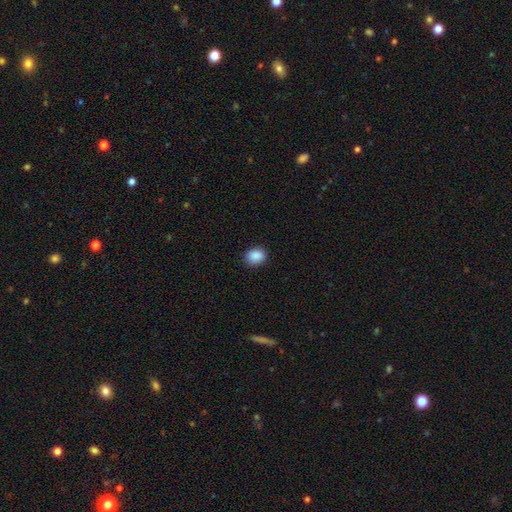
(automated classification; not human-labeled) Smooth or featured?
  - smooth: 89% *
  - star or artifact: 9%
  - featured or disk: 3%
How rounded?
  - round: 56% *
  - in between: 43%
  - cigar-shaped: 1%
Merging?
  - none: 89% *
  - minor disturbance: 8%
  - major disturbance: 2%
  - merger: 1%